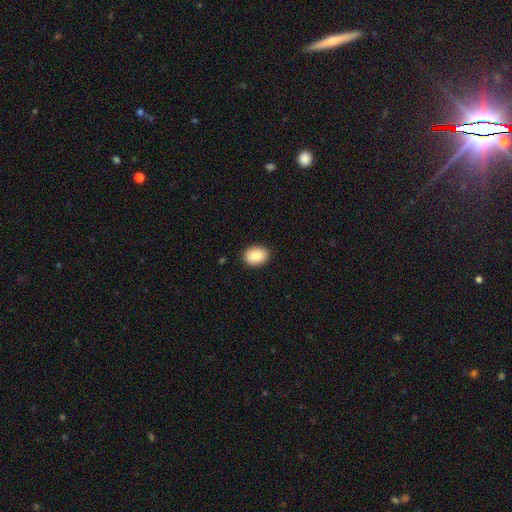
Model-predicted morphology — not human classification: This appears to be a smooth galaxy with no disk features (88%) that is in between round and cigar-shaped (73%). Merging: none (89%).